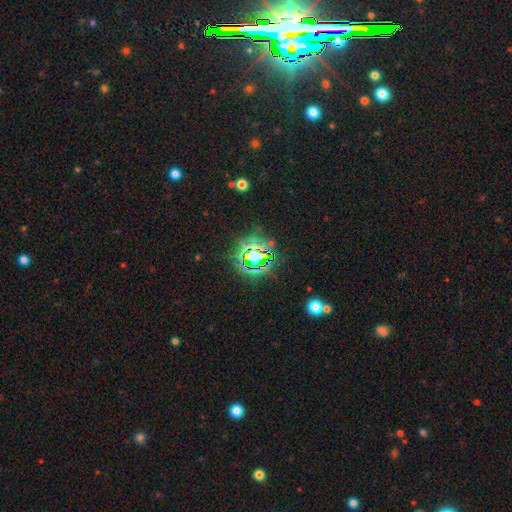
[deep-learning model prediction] smooth-or-featured: star or artifact: 75% | smooth: 15% | featured or disk: 11%